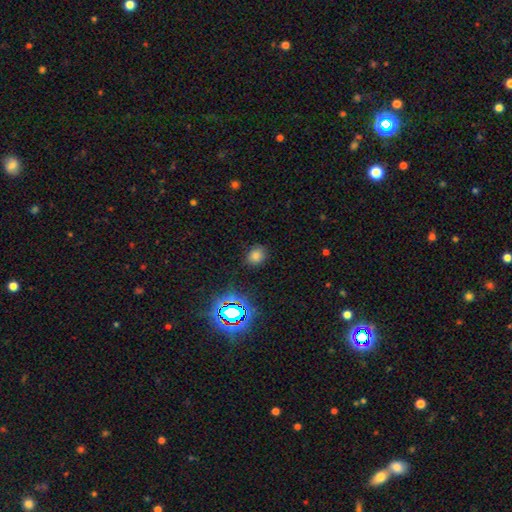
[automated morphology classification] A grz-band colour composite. It shows a smooth galaxy with no disk features (71%) that is round (58%). Merging: none (85%).